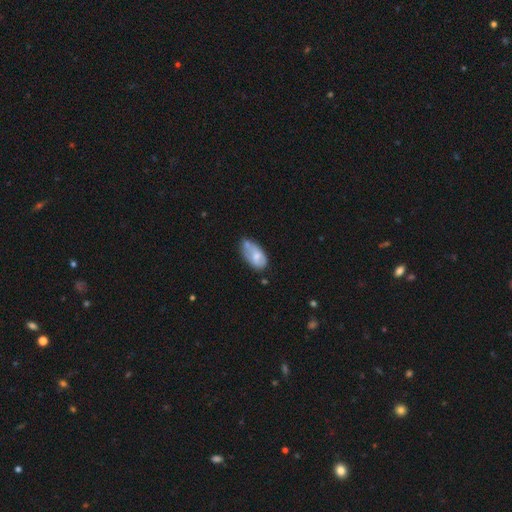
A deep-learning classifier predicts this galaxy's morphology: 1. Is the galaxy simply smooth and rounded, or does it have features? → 57% smooth, 36% featured or disk, 7% star or artifact.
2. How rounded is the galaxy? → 92% in between, 4% round, 4% cigar-shaped.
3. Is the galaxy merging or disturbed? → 38% minor disturbance, 31% none, 16% major disturbance, 15% merger.